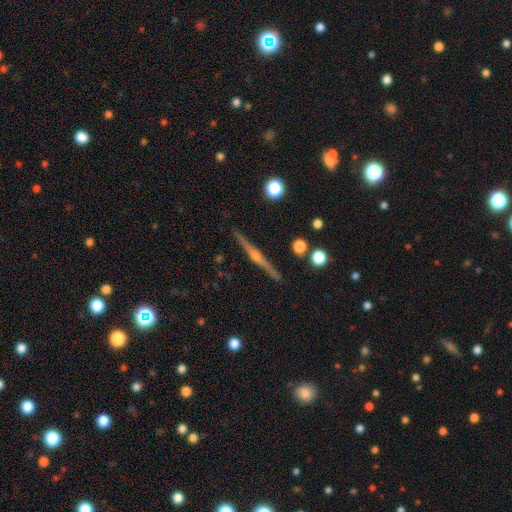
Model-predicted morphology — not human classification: smooth_or_featured: featured or disk (p=0.83) [alt: smooth p=0.11]
disk_edge_on: yes (p=0.98) [alt: no p=0.02]
edge_on_bulge: rounded (p=0.87) [alt: none p=0.07]
merging: none (p=0.91) [alt: minor disturbance p=0.06]